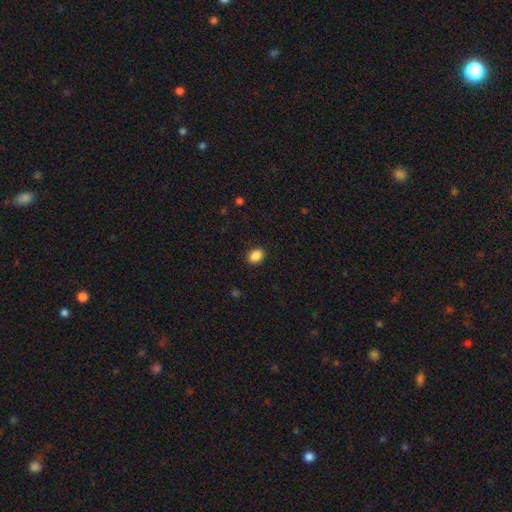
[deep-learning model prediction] A smooth galaxy with no disk features (89%) that is in between round and cigar-shaped (66%). Merging: none (90%).